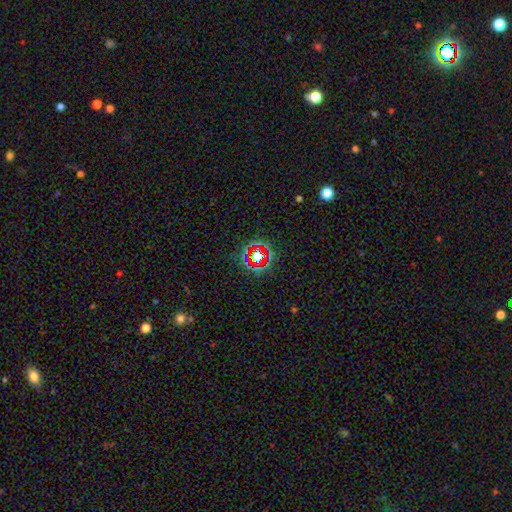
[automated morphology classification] smooth-or-featured: star or artifact: 70% | smooth: 19% | featured or disk: 12%